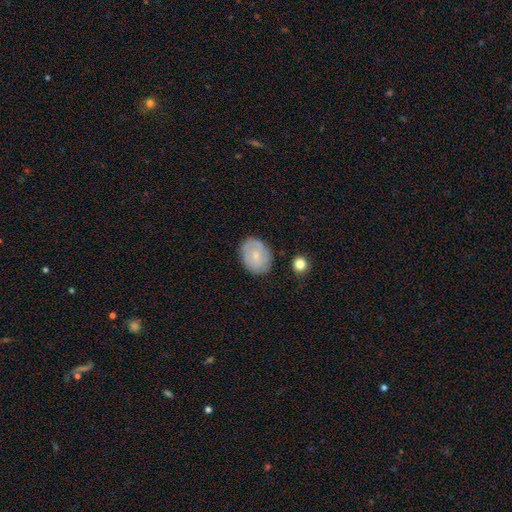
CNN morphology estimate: Overall: smooth (65%; featured or disk 28%). How rounded: in between (64%; round 35%). Merging: none (77%).